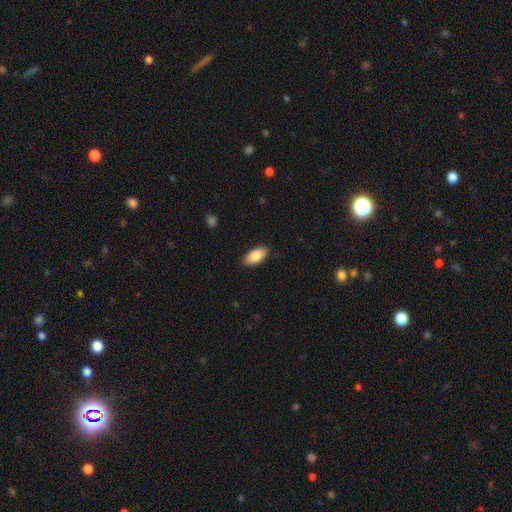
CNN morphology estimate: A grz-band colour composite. It shows a smooth galaxy with no disk features (86%) that is in between round and cigar-shaped (92%). Merging: none (88%).